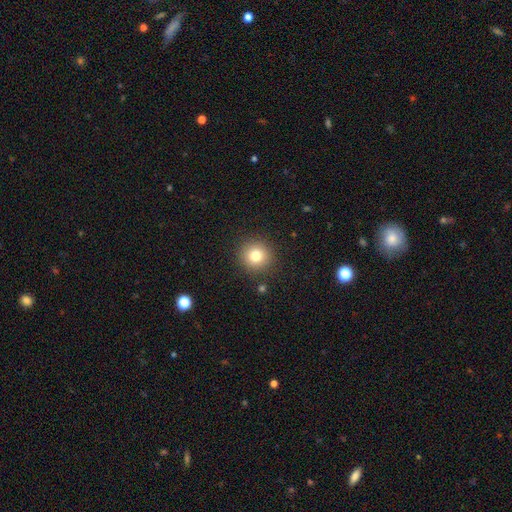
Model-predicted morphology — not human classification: Smooth or featured?
  - smooth: 79% *
  - star or artifact: 12%
  - featured or disk: 9%
How rounded?
  - round: 94% *
  - in between: 5%
  - cigar-shaped: 1%
Merging?
  - none: 90% *
  - minor disturbance: 6%
  - major disturbance: 2%
  - merger: 2%